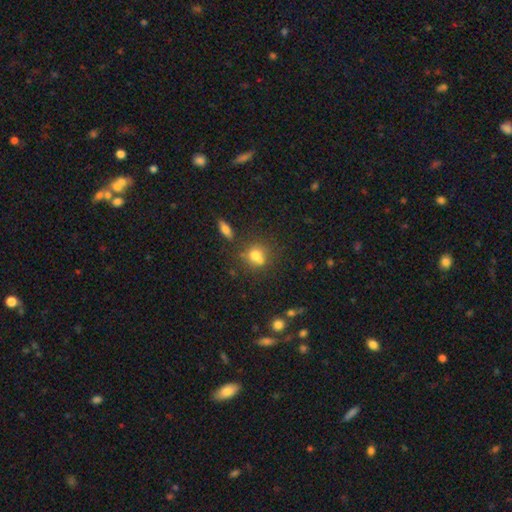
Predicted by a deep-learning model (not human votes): Smooth or featured? smooth (70%)
How rounded? round (76%)
Merging? none (48%)